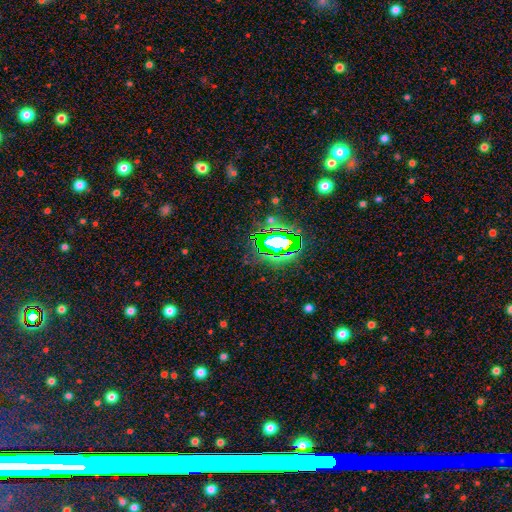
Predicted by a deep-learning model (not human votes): Smooth or featured? star or artifact (79%)